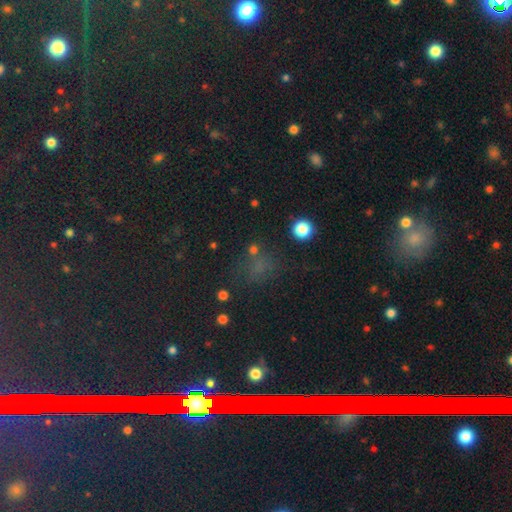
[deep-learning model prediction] Q: Smooth or featured?
A: star or artifact (48%); runner-up: smooth (41%)